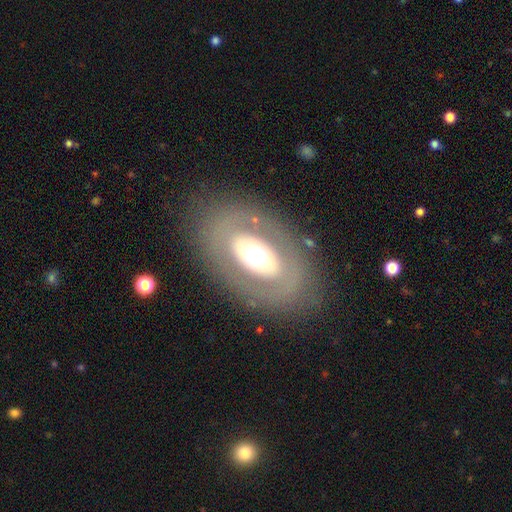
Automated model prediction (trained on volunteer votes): Q: Smooth or featured?
A: featured or disk (52%); runner-up: smooth (40%)
Q: Edge-on disk?
A: no (90%); runner-up: yes (10%)
Q: Merging?
A: none (81%); runner-up: minor disturbance (10%)